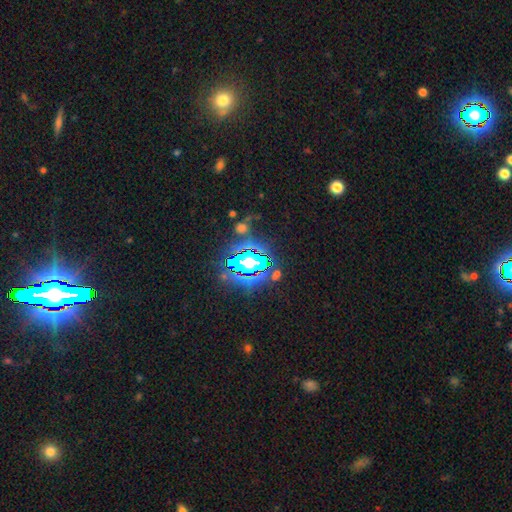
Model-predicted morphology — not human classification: Overall: star or artifact (81%).